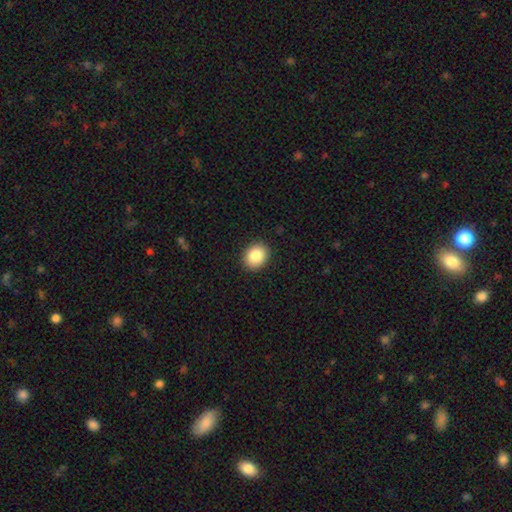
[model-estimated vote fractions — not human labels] A smooth galaxy with no disk features (86%) that is round (61%).

Vote fractions:
- Smooth or featured? smooth: 86% / star or artifact: 9% / featured or disk: 6%
- How rounded? round: 61% / in between: 39% / cigar-shaped: 1%
- Merging? none: 91% / minor disturbance: 6% / major disturbance: 2% / merger: 1%